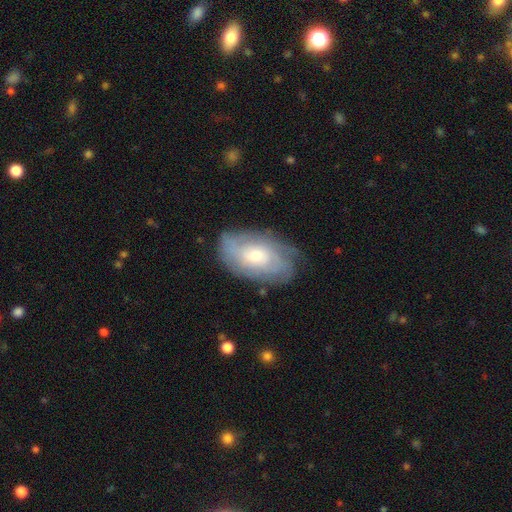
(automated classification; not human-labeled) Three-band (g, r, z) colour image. It shows a featured or disk galaxy (66%) with no bar (70%), tight (63%) spiral arms (84%) and a moderate central bulge (50%). Merging: none (73%).